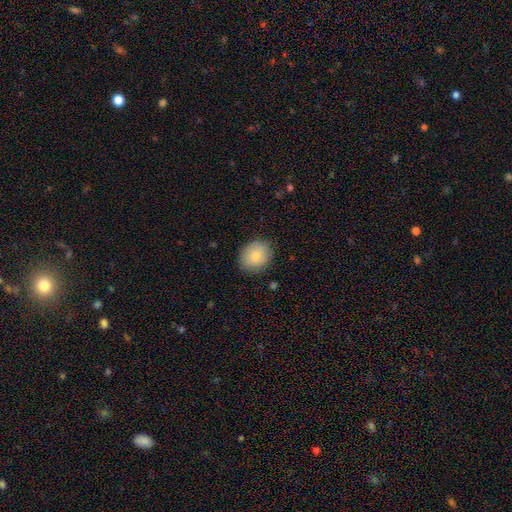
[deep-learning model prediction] This appears to be a smooth galaxy with no disk features (78%) that is round (61%). Merging: none (84%).